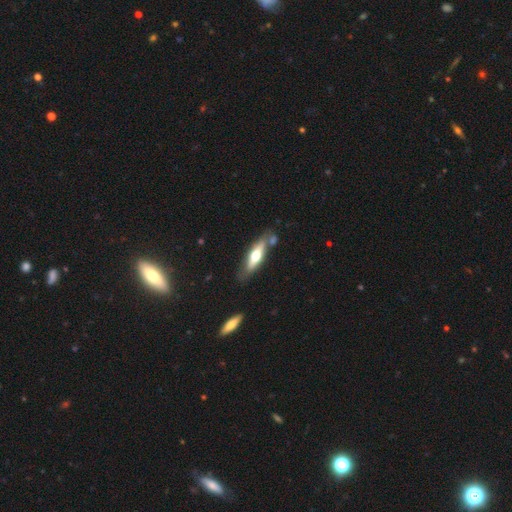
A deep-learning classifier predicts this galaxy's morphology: type=featured or disk (50%); merging=none (67%).